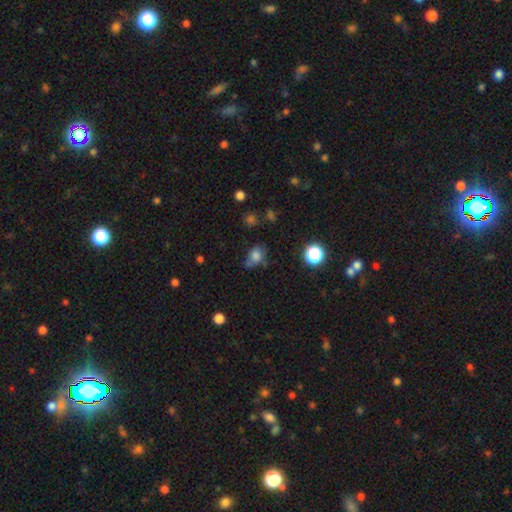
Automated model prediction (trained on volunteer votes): smooth 75%, star or artifact 15%, featured or disk 10%. Down the decision tree: how rounded — in between (61%); merging — none (49%).